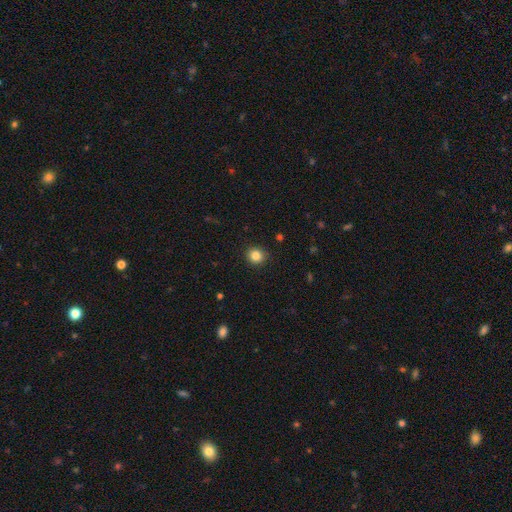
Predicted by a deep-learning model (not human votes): Overall: smooth (85%). How rounded: round (88%). Merging: none (90%).